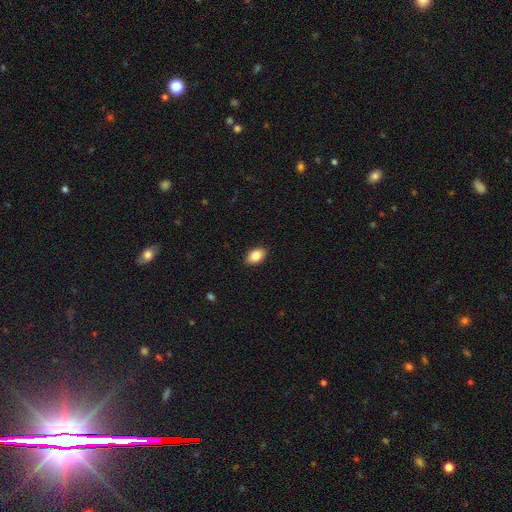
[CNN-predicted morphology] smooth 87%, star or artifact 7%, featured or disk 6%. Down the decision tree: how rounded — in between (88%); merging — none (90%).